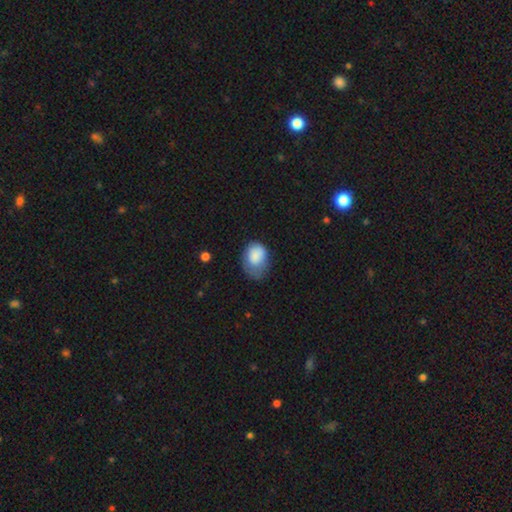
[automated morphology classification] Overall: smooth (81%). How rounded: in between (67%; round 32%). Merging: minor disturbance (40%; none 33%).